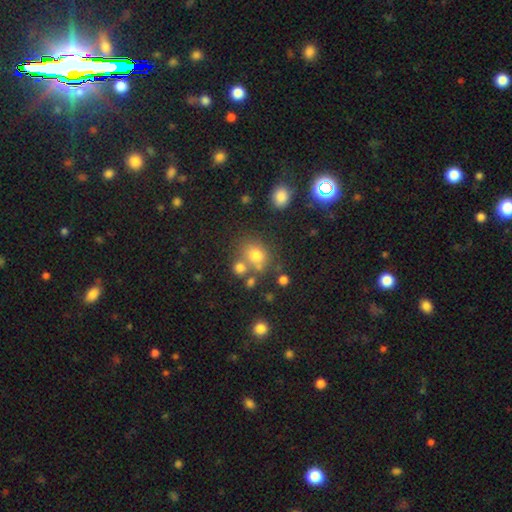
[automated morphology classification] smooth-or-featured: smooth: 71% | star or artifact: 18% | featured or disk: 10%
  how-rounded: round: 72% | in between: 28% | cigar-shaped: 1%
  merging: none: 61% | merger: 22% | minor disturbance: 12% | major disturbance: 5%